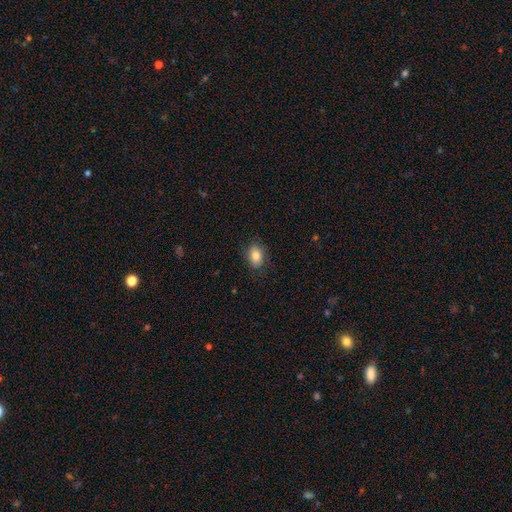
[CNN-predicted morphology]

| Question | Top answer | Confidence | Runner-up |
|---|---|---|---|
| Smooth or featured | smooth | 84% | star or artifact (9%) |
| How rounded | in between | 78% | round (21%) |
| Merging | none | 83% | minor disturbance (12%) |